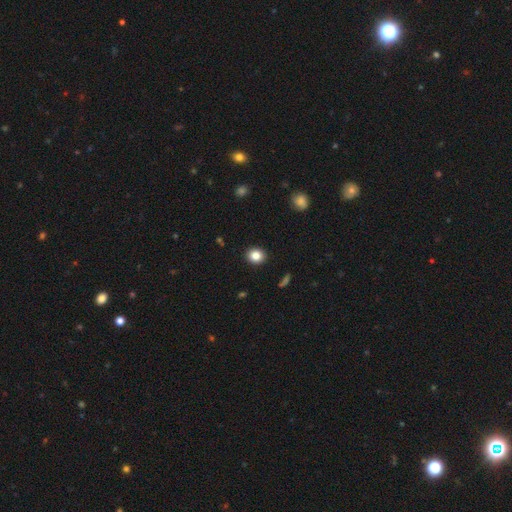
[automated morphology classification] smooth_or_featured: smooth (p=0.84) [alt: star or artifact p=0.10]
how_rounded: round (p=0.73) [alt: in between p=0.26]
merging: none (p=0.91) [alt: minor disturbance p=0.06]